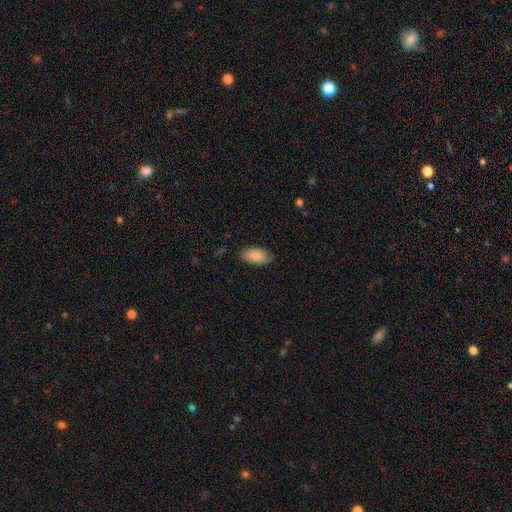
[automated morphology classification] This appears to be a smooth galaxy with no disk features (86%) that is in between round and cigar-shaped (94%). Merging: none (80%).